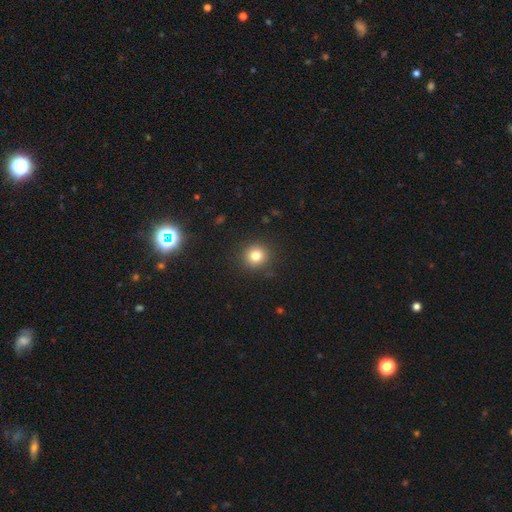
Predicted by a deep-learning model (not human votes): Smooth or featured?
  - smooth: 81% *
  - star or artifact: 12%
  - featured or disk: 7%
How rounded?
  - round: 91% *
  - in between: 8%
  - cigar-shaped: 1%
Merging?
  - none: 89% *
  - minor disturbance: 7%
  - major disturbance: 2%
  - merger: 1%